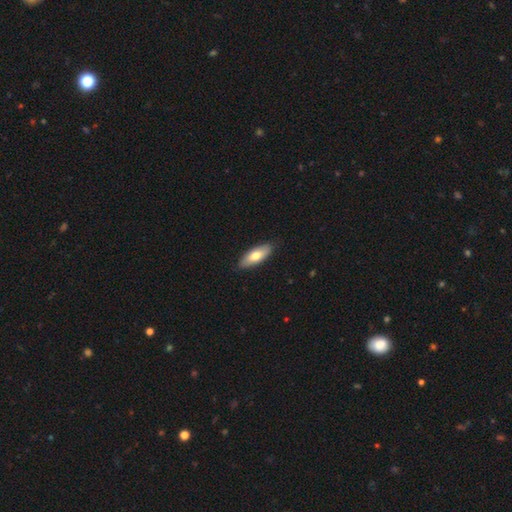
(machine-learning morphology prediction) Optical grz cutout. It shows a smooth galaxy with no disk features (70%) that is in between round and cigar-shaped (72%). Merging: none (87%).